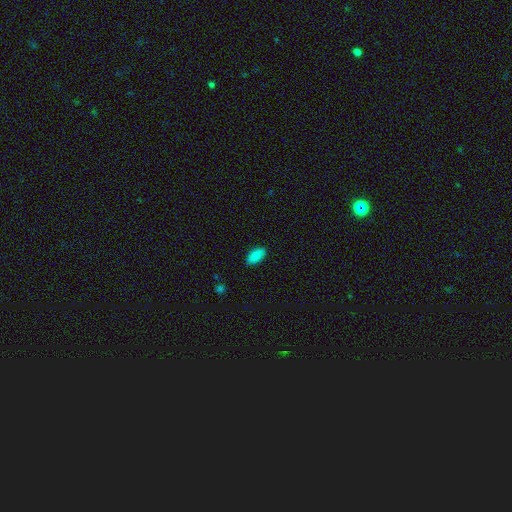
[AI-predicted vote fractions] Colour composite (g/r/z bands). It shows a smooth galaxy with no disk features (88%) that is in between round and cigar-shaped (94%). Merging: none (86%).